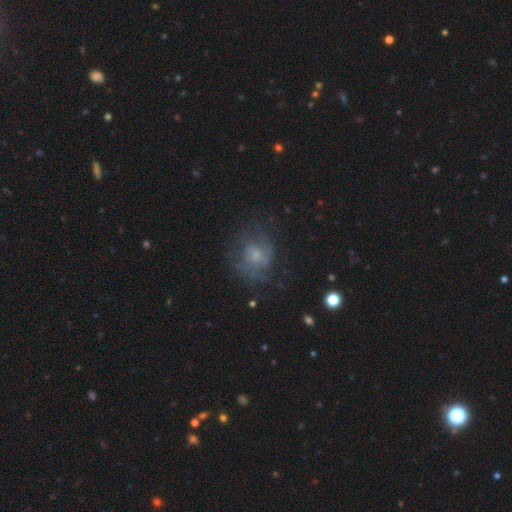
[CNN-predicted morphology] A featured or disk galaxy (49%). Merging: none (56%).